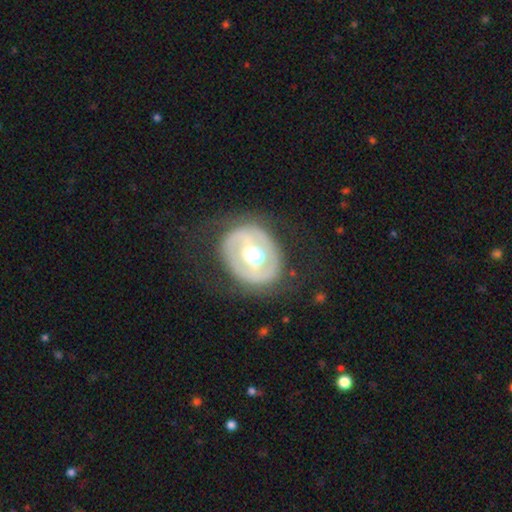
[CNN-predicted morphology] Smooth or featured? featured or disk (63%)
Edge-on disk? no (94%)
Bar? no (46%)
Spiral arms? no (76%)
Bulge size? moderate (66%)
Merging? none (68%)